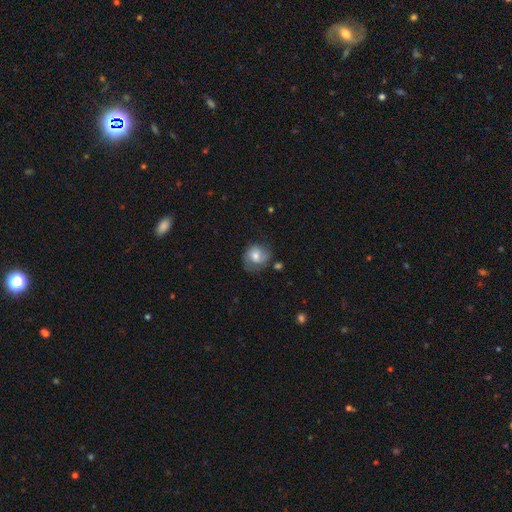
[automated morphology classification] This is likely a smooth galaxy (62%). How rounded: likely round (70%). Merging: possibly none (57%).